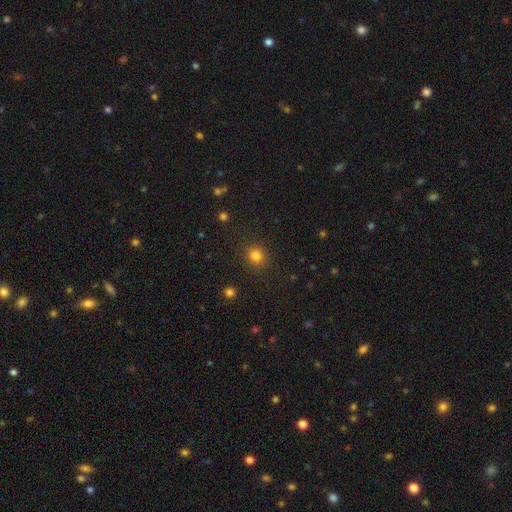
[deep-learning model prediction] Smooth or featured? Predicted: smooth (p=0.82). How rounded? Predicted: round (p=0.83). Merging? Predicted: none (p=0.88).